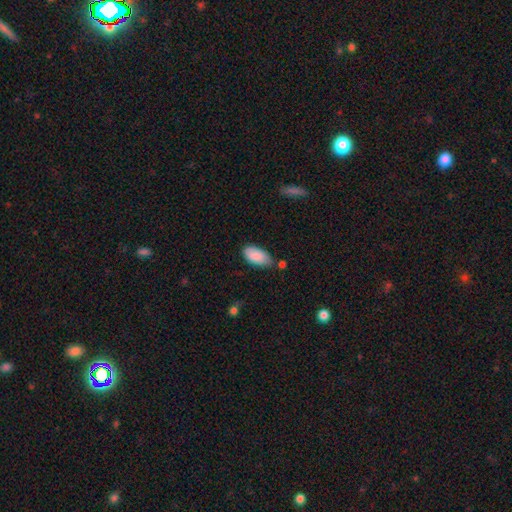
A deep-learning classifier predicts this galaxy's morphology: The model was most divided on "merging": none: 67%, minor disturbance: 23%, merger: 6%, major disturbance: 4%. More confident: how rounded — in between (94%); smooth or featured — smooth (88%).